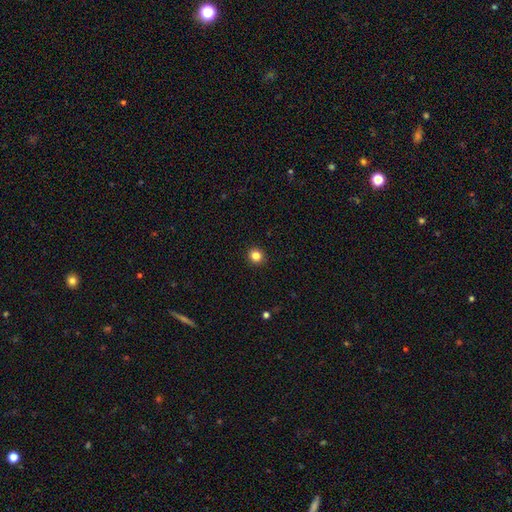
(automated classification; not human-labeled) Smooth or featured? smooth (83%)
How rounded? round (89%)
Merging? none (93%)